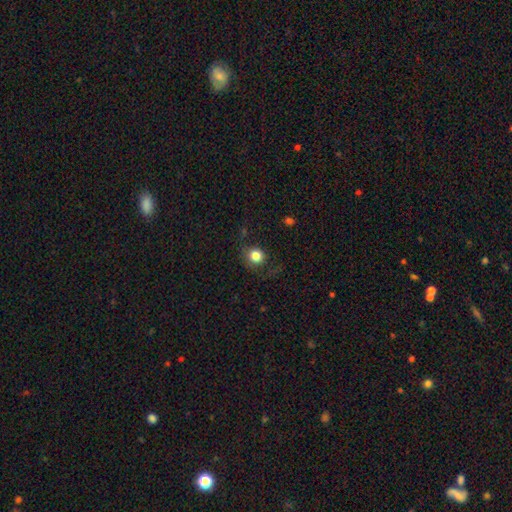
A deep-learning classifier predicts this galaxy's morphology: smooth-or-featured: smooth: 81% | star or artifact: 11% | featured or disk: 8%
  how-rounded: round: 87% | in between: 12% | cigar-shaped: 1%
  merging: none: 73% | minor disturbance: 16% | major disturbance: 10% | merger: 1%